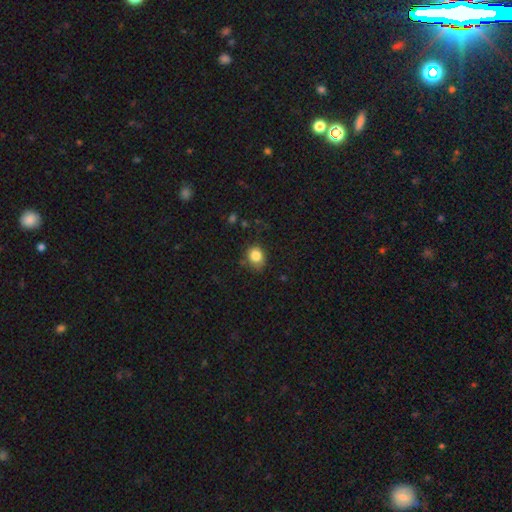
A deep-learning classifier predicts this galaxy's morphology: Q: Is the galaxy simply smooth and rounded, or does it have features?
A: smooth — 83%.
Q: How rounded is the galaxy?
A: round — 62%.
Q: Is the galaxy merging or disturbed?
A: none — 68%.